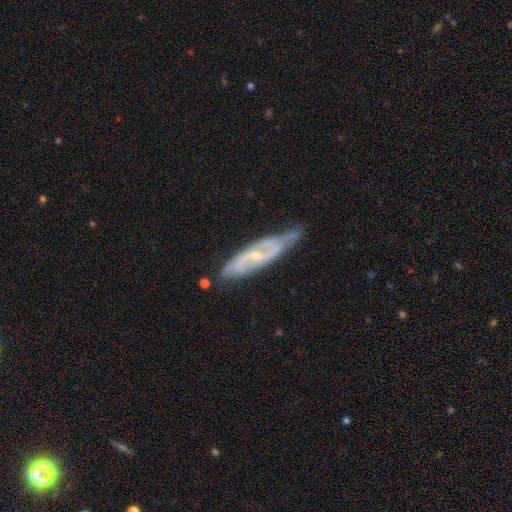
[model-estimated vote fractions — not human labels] Smooth or featured? featured or disk (82%)
Edge-on disk? no (80%)
Bar? weak (45%)
Spiral arms? yes (93%)
Spiral winding? medium (49%)
Spiral arm count? 2 (76%)
Bulge size? small (69%)
Merging? none (67%)